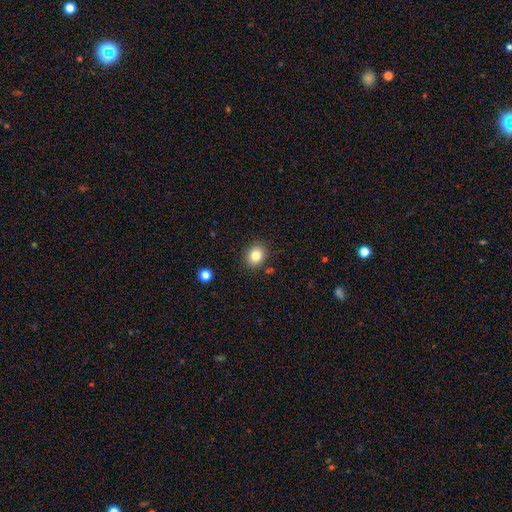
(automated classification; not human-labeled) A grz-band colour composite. It shows a smooth galaxy with no disk features (82%) that is round (67%). Merging: none (87%).